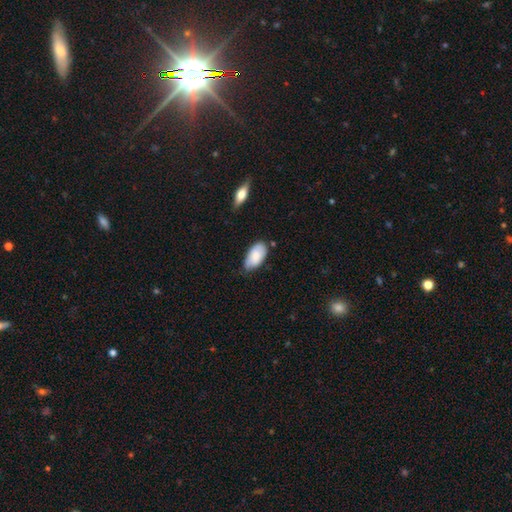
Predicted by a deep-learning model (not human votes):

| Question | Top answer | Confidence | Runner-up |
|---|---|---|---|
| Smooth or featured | smooth | 81% | featured or disk (13%) |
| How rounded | in between | 95% | round (3%) |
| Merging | none | 61% | minor disturbance (31%) |